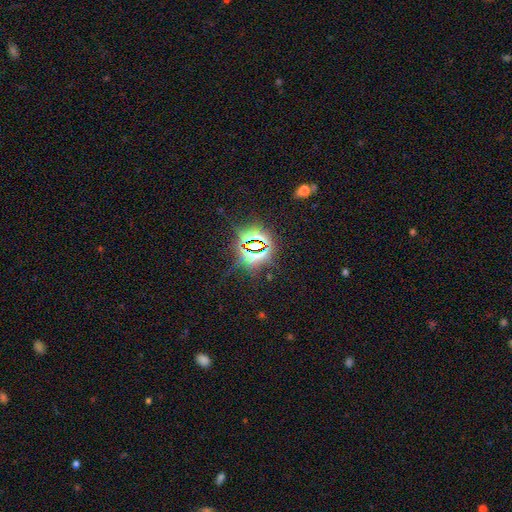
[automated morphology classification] star or artifact 81%, smooth 11%, featured or disk 8%.